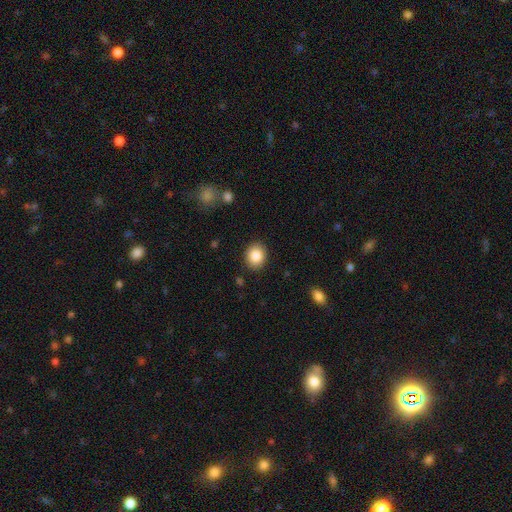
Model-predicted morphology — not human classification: smooth_or_featured: smooth (p=0.85) [alt: star or artifact p=0.09]
how_rounded: round (p=0.70) [alt: in between p=0.29]
merging: none (p=0.89) [alt: minor disturbance p=0.07]